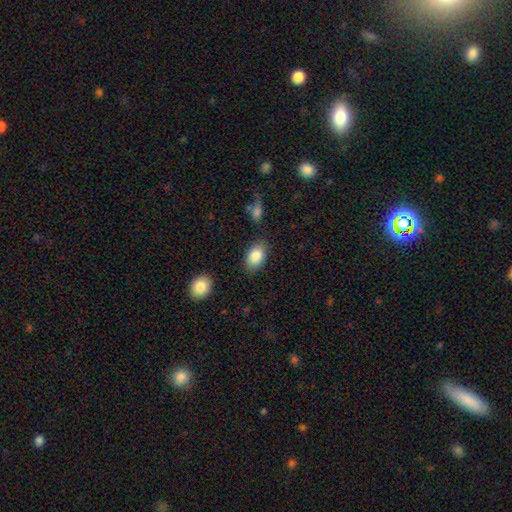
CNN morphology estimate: The model was most divided on "merging": none: 81%, minor disturbance: 13%, major disturbance: 3%, merger: 3%. More confident: how rounded — in between (89%); smooth or featured — smooth (86%).